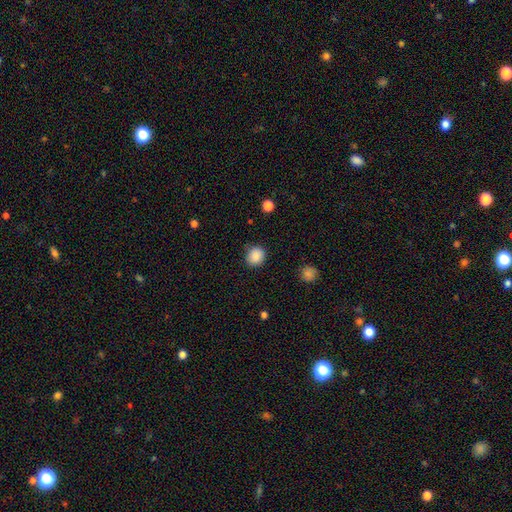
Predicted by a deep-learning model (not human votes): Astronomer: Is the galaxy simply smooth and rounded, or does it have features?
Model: smooth — 87%.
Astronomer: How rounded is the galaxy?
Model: round — 82%.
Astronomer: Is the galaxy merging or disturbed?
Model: none — 85%.